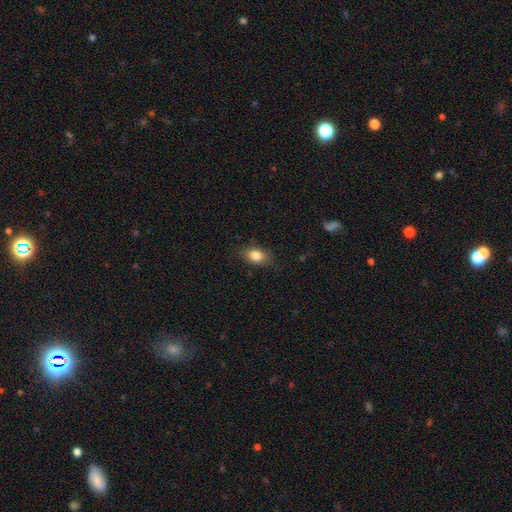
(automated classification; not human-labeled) Morphology: type=smooth (83%); roundness=in between (81%); merging=none (79%).